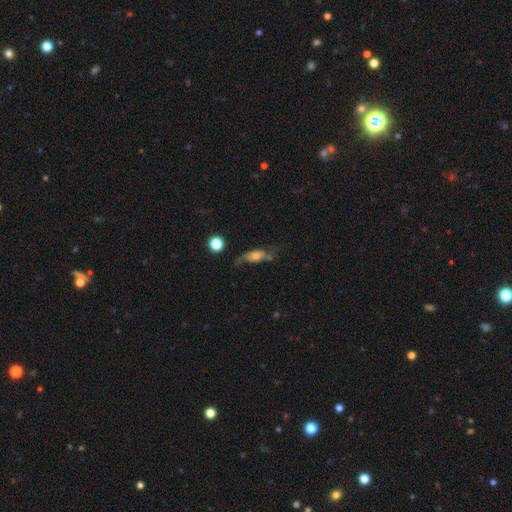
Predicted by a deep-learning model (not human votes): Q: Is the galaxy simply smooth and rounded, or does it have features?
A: smooth — 45%.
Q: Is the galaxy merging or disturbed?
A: none — 46%.